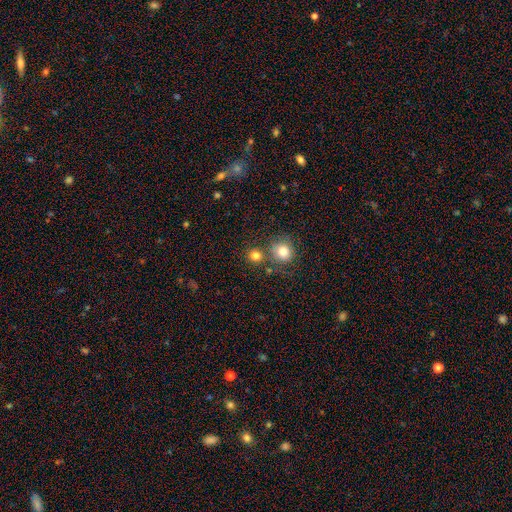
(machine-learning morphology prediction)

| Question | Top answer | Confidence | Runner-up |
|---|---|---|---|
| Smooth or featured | smooth | 81% | star or artifact (12%) |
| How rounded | round | 88% | in between (11%) |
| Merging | none | 69% | merger (19%) |